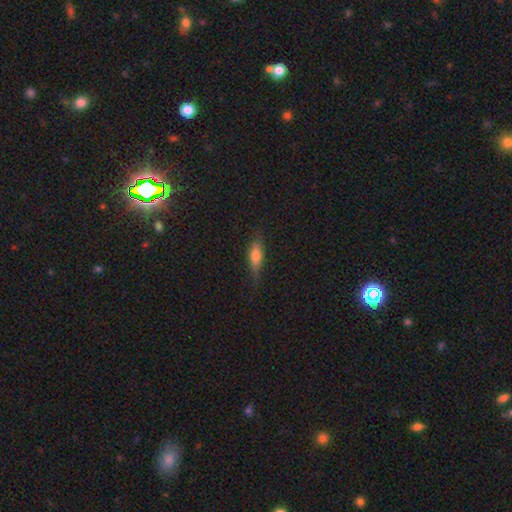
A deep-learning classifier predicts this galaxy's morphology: A smooth galaxy with no disk features (64%) that is in between round and cigar-shaped (51%).

Vote fractions:
- Smooth or featured? smooth: 64% / featured or disk: 28% / star or artifact: 8%
- How rounded? in between: 51% / cigar-shaped: 45% / round: 4%
- Merging? none: 77% / minor disturbance: 18% / major disturbance: 4% / merger: 1%